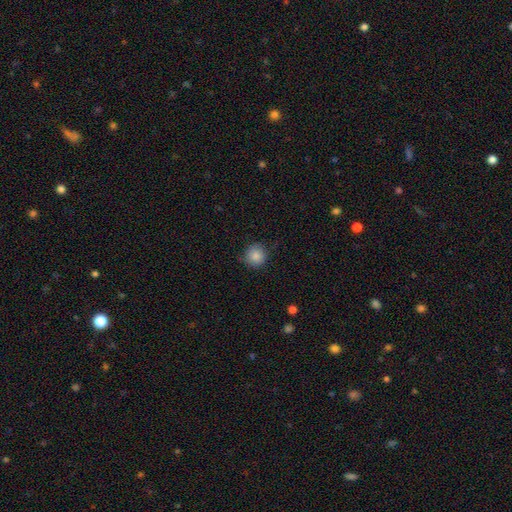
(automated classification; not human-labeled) Smooth or featured? smooth (86%)
How rounded? round (91%)
Merging? none (81%)